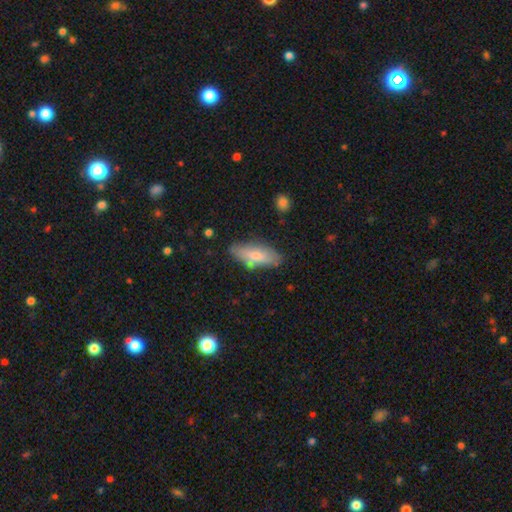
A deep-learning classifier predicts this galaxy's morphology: Smooth or featured: smooth — 65% (featured or disk — 28%)
How rounded: in between — 63% (cigar-shaped — 34%)
Merging: none — 78% (minor disturbance — 16%)